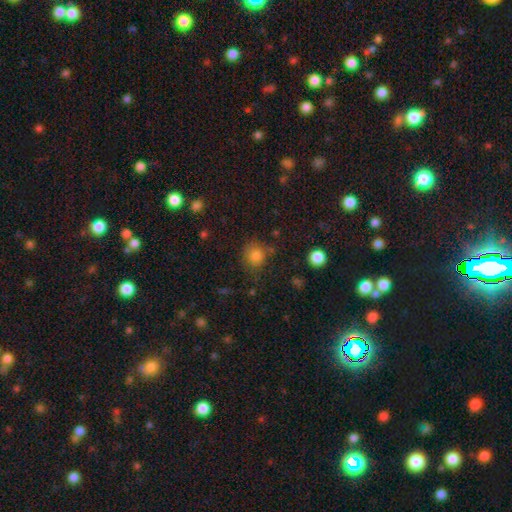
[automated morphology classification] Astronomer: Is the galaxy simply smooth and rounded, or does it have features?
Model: smooth — 81%.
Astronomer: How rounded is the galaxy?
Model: round — 82%.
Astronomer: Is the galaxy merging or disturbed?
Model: none — 71%.